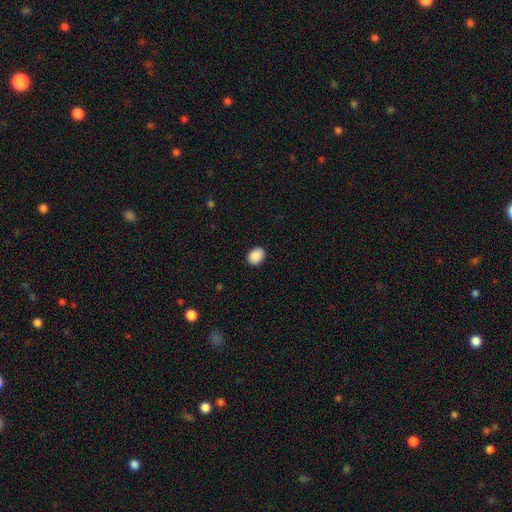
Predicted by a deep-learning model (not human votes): Smooth or featured?
  - smooth: 90% *
  - star or artifact: 8%
  - featured or disk: 3%
How rounded?
  - in between: 59% *
  - round: 40%
  - cigar-shaped: 1%
Merging?
  - none: 89% *
  - minor disturbance: 8%
  - major disturbance: 2%
  - merger: 1%